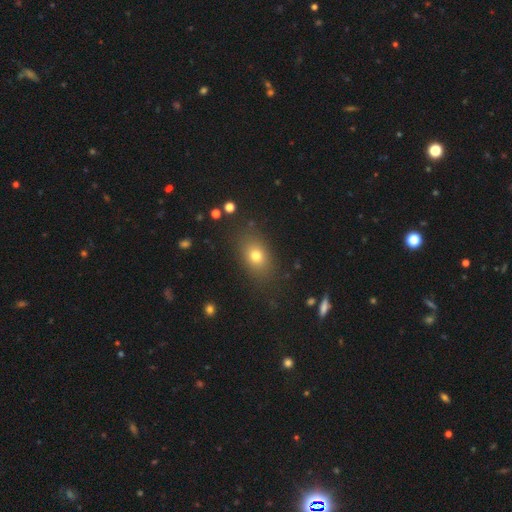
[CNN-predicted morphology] This appears to be a smooth galaxy with no disk features (74%) that is in between round and cigar-shaped (69%). Merging: none (82%).